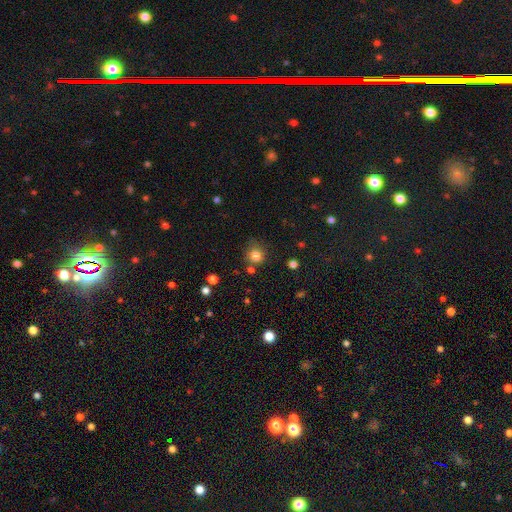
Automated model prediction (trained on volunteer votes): Q: Smooth or featured?
A: smooth (81%); runner-up: star or artifact (13%)
Q: How rounded?
A: round (89%); runner-up: in between (10%)
Q: Merging?
A: none (74%); runner-up: minor disturbance (15%)